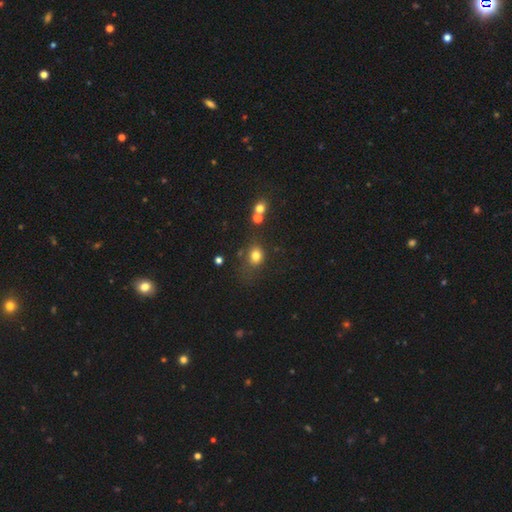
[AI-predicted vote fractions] A smooth galaxy with no disk features (77%) that is round (61%). Merging: none (59%).